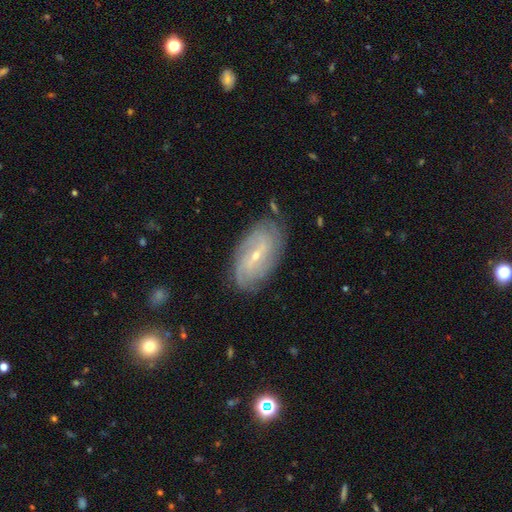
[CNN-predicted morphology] The model was most divided on "spiral arm count": can't tell: 37%, 2: 29%, 3: 13%, 4: 12%, more than 4: 5%, 1: 5%. Remaining: edge-on disk — no (93%); spiral arms — yes (91%); smooth or featured — featured or disk (79%); merging — none (78%); bulge size — small (73%); spiral winding — tight (50%); bar — weak (48%).